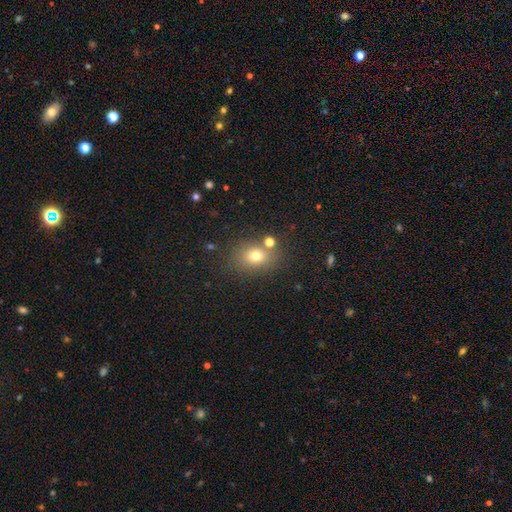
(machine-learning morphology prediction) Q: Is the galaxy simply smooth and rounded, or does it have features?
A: smooth — 73%.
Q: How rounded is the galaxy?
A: round — 50%.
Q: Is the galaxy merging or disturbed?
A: none — 73%.